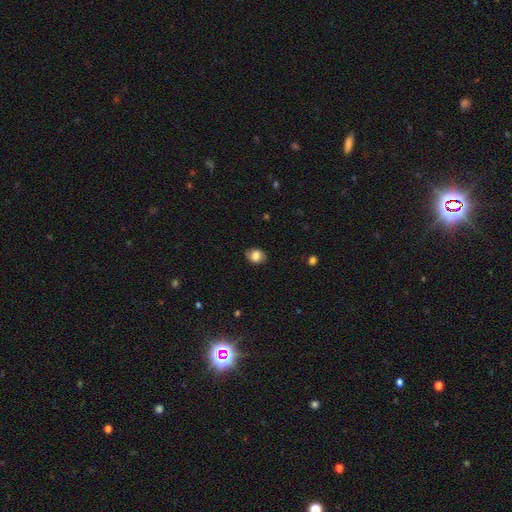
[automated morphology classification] smooth_or_featured: smooth (p=0.78) [alt: featured or disk p=0.13]
how_rounded: round (p=0.50) [alt: in between p=0.49]
merging: none (p=0.79) [alt: minor disturbance p=0.17]